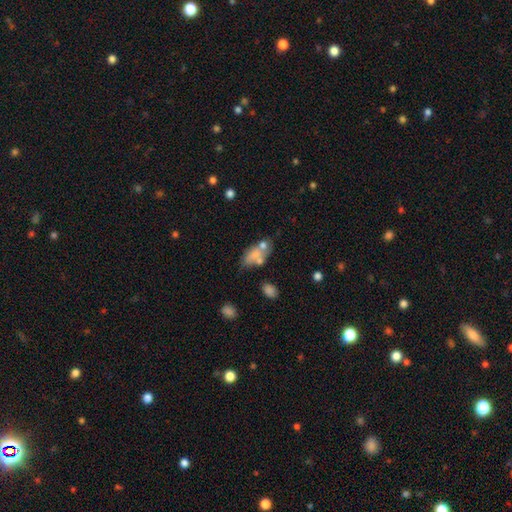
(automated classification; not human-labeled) smooth 63%, featured or disk 27%, star or artifact 10%. Down the decision tree: how rounded — in between (86%); merging — none (38%).